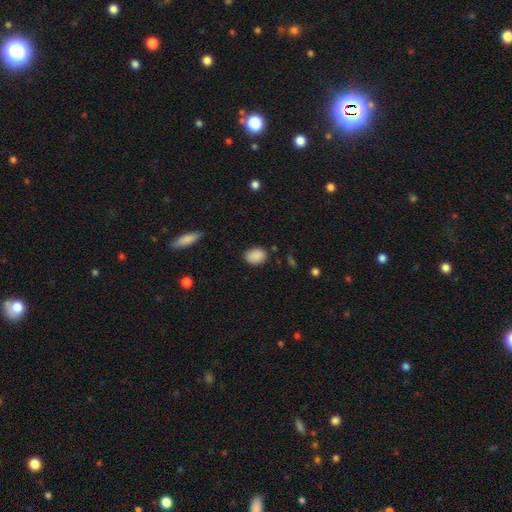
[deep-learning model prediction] This appears to be a smooth galaxy with no disk features (89%) that is in between round and cigar-shaped (68%). Merging: none (82%).